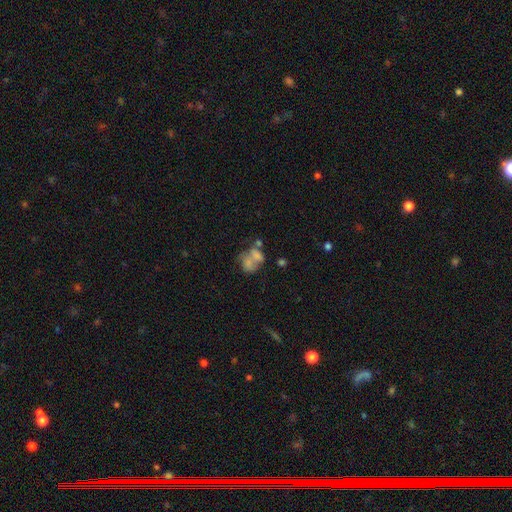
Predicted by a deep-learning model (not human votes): This appears to be a smooth galaxy with no disk features (58%) that is in between round and cigar-shaped (61%). Merging: merger (49%).